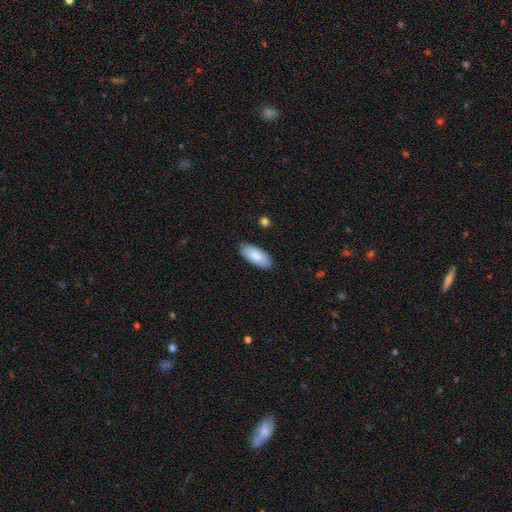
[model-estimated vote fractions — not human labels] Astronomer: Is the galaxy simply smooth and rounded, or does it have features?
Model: smooth — 87%.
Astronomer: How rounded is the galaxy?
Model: in between — 90%.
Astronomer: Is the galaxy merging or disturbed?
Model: none — 87%.